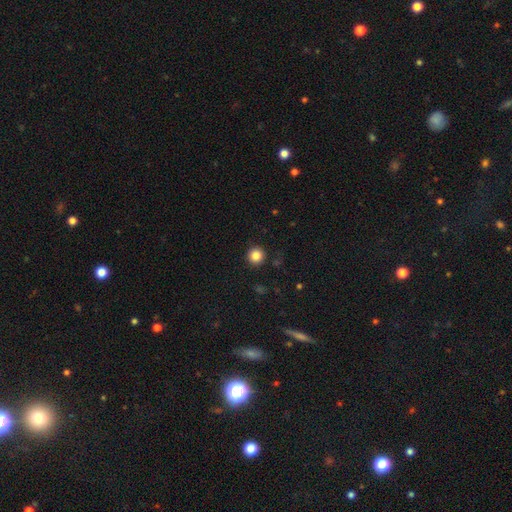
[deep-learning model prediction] smooth 85%, star or artifact 11%, featured or disk 4%. Down the decision tree: how rounded — round (95%); merging — none (91%).